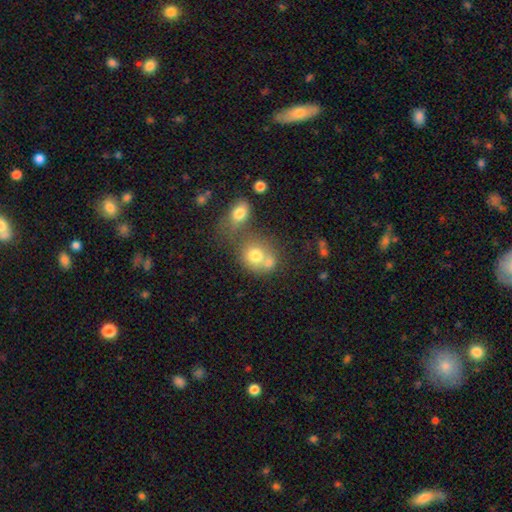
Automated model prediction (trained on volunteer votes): A smooth galaxy with no disk features (73%) that is round (67%). Merging: merger (50%).